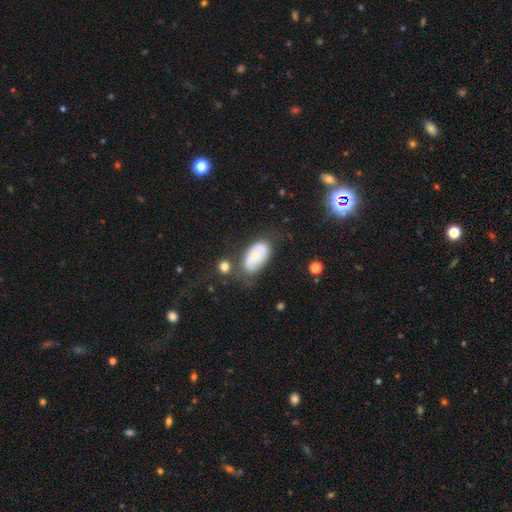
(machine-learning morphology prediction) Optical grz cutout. It shows a smooth galaxy with no disk features (61%) that is in between round and cigar-shaped (94%). Merging: none (56%).